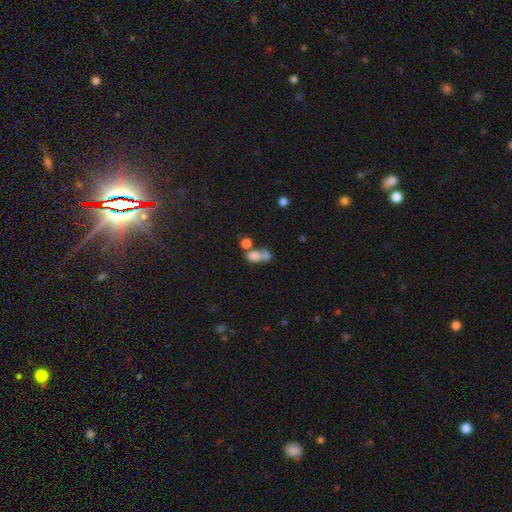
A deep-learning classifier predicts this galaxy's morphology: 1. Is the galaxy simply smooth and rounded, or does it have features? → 72% smooth, 15% featured or disk, 13% star or artifact.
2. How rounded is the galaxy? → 62% in between, 35% round, 3% cigar-shaped.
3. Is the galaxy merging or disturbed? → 58% merger, 24% none, 9% minor disturbance, 9% major disturbance.